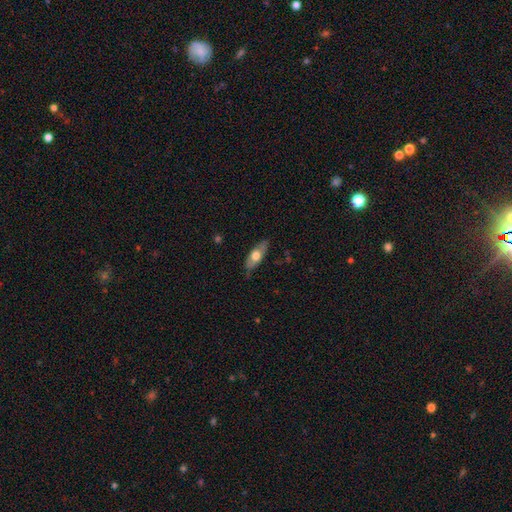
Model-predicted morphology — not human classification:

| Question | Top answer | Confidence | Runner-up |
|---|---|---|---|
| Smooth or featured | smooth | 56% | featured or disk (38%) |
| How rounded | in between | 74% | cigar-shaped (22%) |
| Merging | none | 79% | minor disturbance (17%) |